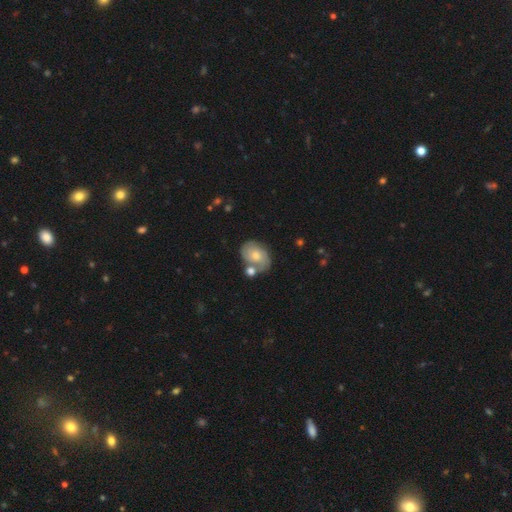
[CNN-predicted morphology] Smooth or featured?
  - featured or disk: 57% *
  - smooth: 36%
  - star or artifact: 7%
Edge-on disk?
  - no: 97% *
  - yes: 3%
Bar?
  - no: 73% *
  - weak: 24%
  - strong: 3%
Spiral arms?
  - yes: 82% *
  - no: 18%
Bulge size?
  - moderate: 57% *
  - small: 33%
  - large: 6%
  - none: 3%
  - dominant: 1%
Merging?
  - none: 48% *
  - merger: 28%
  - minor disturbance: 17%
  - major disturbance: 7%